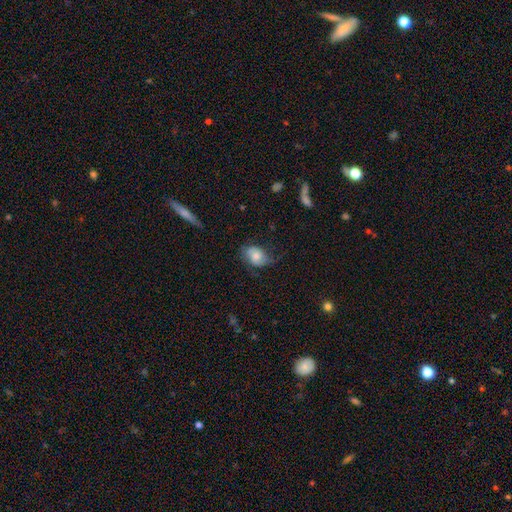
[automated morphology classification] smooth_or_featured: smooth (p=0.61) [alt: featured or disk p=0.30]
how_rounded: in between (p=0.67) [alt: round p=0.32]
merging: none (p=0.52) [alt: minor disturbance p=0.31]